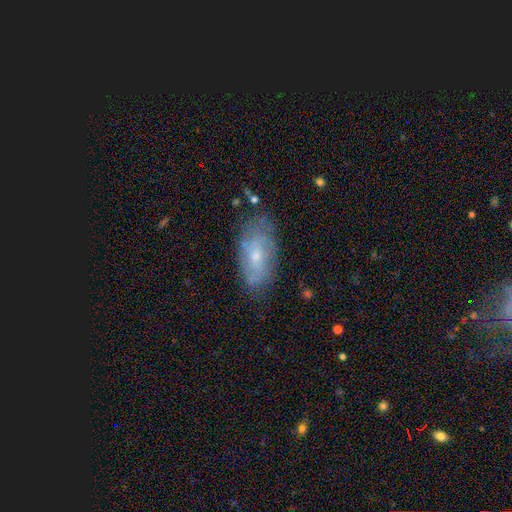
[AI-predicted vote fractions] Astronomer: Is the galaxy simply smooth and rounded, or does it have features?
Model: featured or disk — 54% (runner-up: smooth, 39%).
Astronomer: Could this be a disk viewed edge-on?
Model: no — 90%.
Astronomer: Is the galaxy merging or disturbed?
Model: none — 70%.